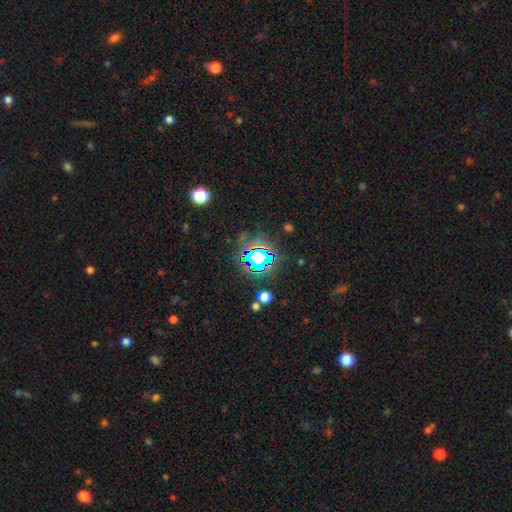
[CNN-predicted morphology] Q: Smooth or featured?
A: star or artifact (73%); runner-up: smooth (17%)